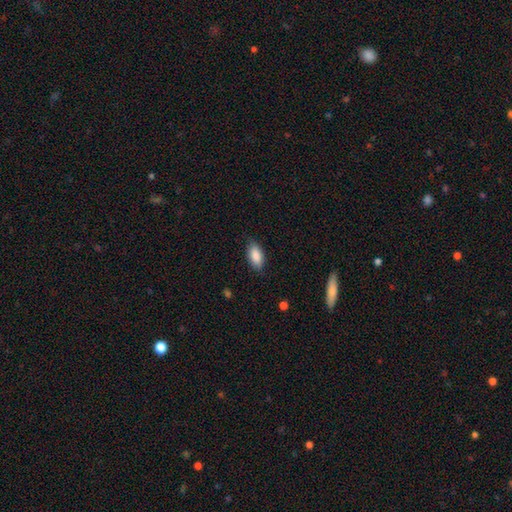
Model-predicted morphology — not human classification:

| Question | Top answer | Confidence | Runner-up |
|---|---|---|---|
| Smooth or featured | smooth | 88% | star or artifact (6%) |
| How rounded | in between | 90% | cigar-shaped (7%) |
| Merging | none | 83% | minor disturbance (14%) |